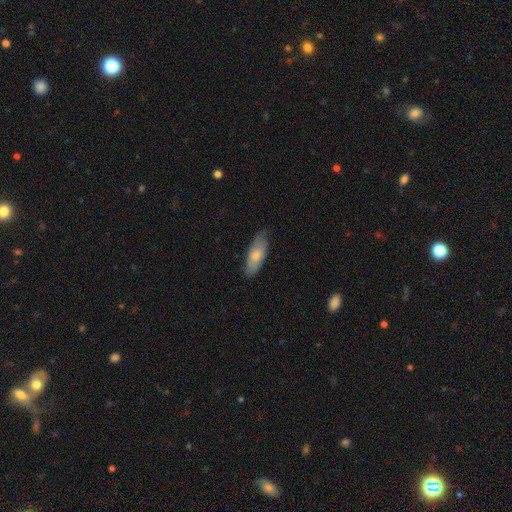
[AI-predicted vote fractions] Morphology: type=smooth (71%); roundness=in between (72%); merging=none (74%).